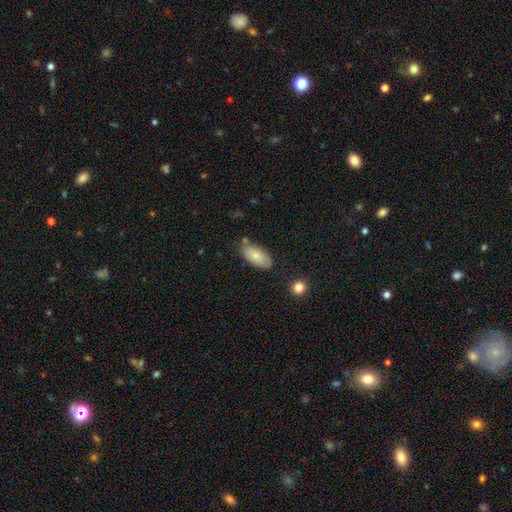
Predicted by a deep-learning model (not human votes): This is likely a smooth galaxy (78%). How rounded: clearly in between (92%). Merging: likely none (74%).